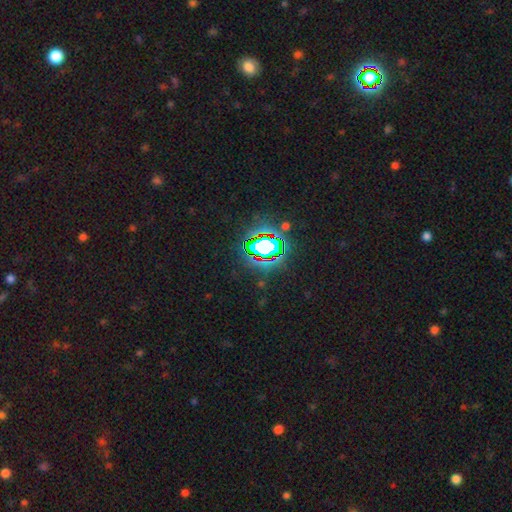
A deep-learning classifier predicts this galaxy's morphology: A star or artifact, not a galaxy (75%).

Vote fractions:
- Smooth or featured? star or artifact: 75% / smooth: 15% / featured or disk: 10%